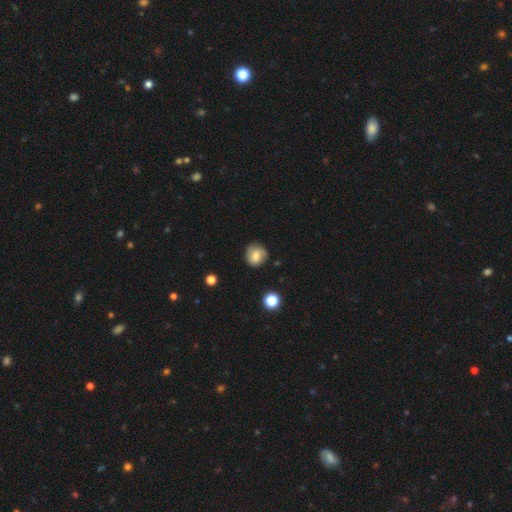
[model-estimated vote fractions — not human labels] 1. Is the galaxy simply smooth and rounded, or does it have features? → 57% smooth, 33% featured or disk, 9% star or artifact.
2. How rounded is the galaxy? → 82% round, 17% in between, 1% cigar-shaped.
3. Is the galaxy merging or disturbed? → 74% none, 19% minor disturbance, 5% major disturbance, 2% merger.